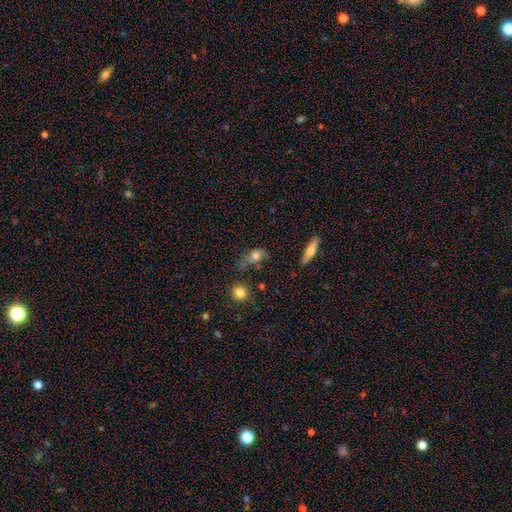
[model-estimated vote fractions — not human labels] Smooth or featured: smooth — 71% (featured or disk — 17%)
How rounded: in between — 59% (round — 33%)
Merging: none — 44% (minor disturbance — 29%)